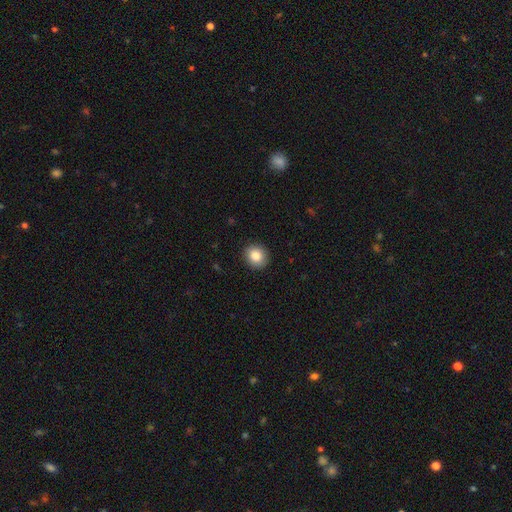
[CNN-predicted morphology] Smooth or featured? smooth (86%)
How rounded? round (81%)
Merging? none (91%)